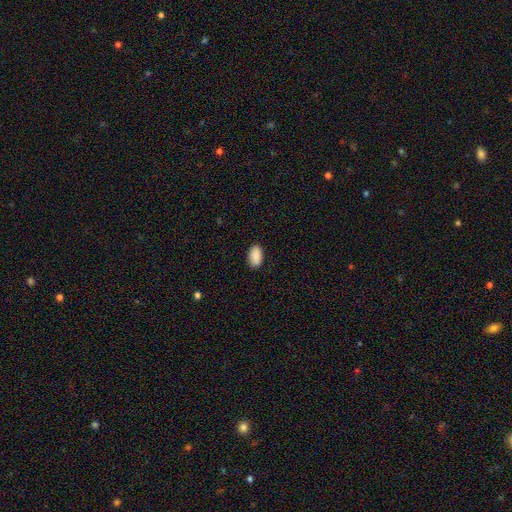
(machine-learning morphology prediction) A smooth galaxy with no disk features (91%) that is in between round and cigar-shaped (94%). Merging: none (88%).